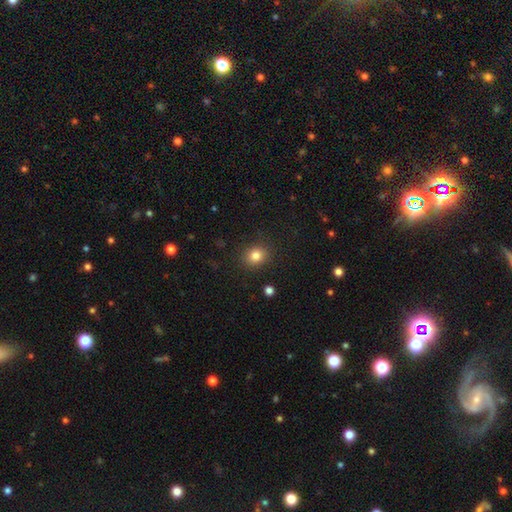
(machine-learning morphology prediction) Smooth or featured? Predicted: smooth (p=0.82). How rounded? Predicted: round (p=0.69). Merging? Predicted: none (p=0.88).